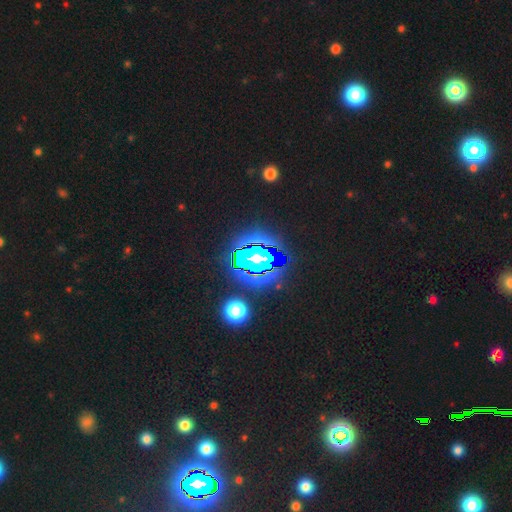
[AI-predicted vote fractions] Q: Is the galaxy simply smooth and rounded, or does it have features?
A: star or artifact — 66%.